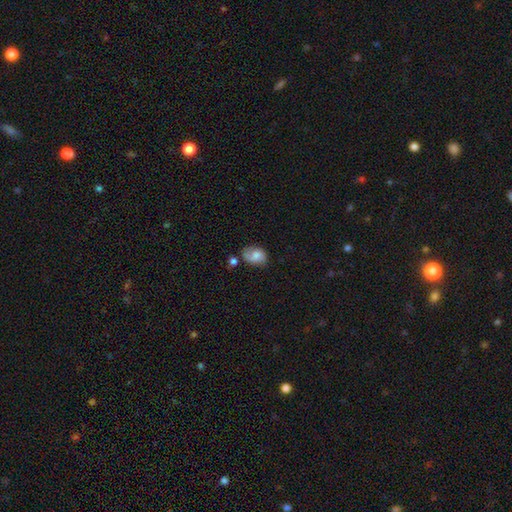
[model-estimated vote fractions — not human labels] smooth_or_featured: smooth (p=0.66) [alt: featured or disk p=0.25]
how_rounded: in between (p=0.70) [alt: round p=0.29]
merging: none (p=0.52) [alt: minor disturbance p=0.29]